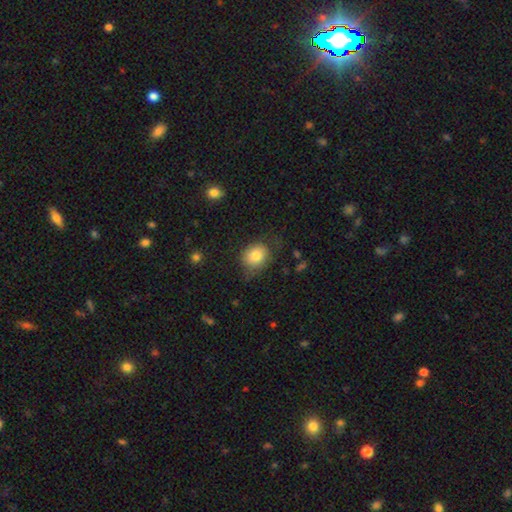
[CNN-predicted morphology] This appears to be a smooth galaxy with no disk features (81%) that is round (57%). Merging: none (64%).